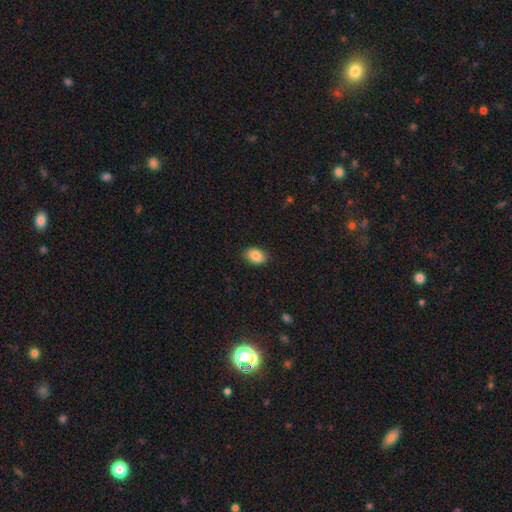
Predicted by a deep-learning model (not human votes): Smooth or featured?
  - smooth: 87% *
  - star or artifact: 8%
  - featured or disk: 5%
How rounded?
  - in between: 83% *
  - round: 16%
  - cigar-shaped: 1%
Merging?
  - none: 86% *
  - minor disturbance: 10%
  - major disturbance: 2%
  - merger: 1%